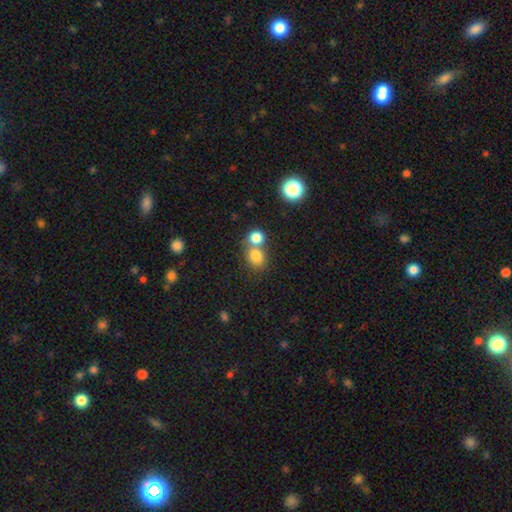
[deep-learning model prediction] This appears to be a smooth galaxy with no disk features (79%) that is round (72%). Merging: merger (46%).